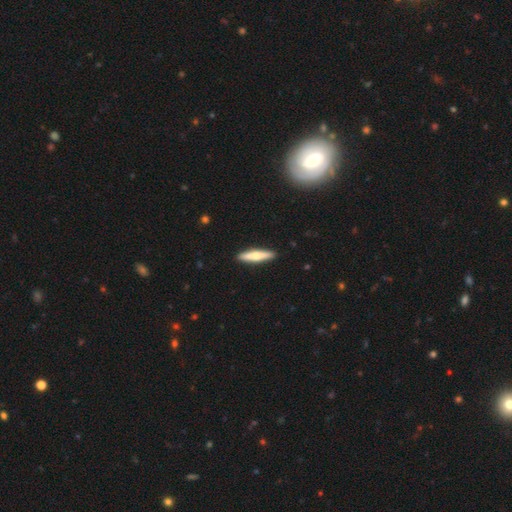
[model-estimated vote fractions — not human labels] Smooth or featured? Predicted: smooth (p=0.53). How rounded? Predicted: cigar-shaped (p=0.86). Merging? Predicted: none (p=0.92).